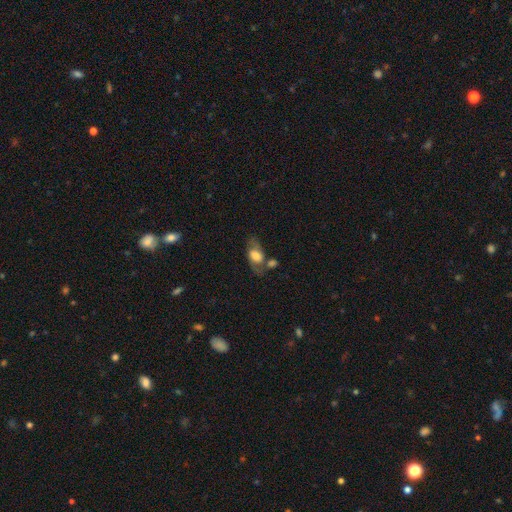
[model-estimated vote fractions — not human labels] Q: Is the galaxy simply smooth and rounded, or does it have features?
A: smooth — 53%.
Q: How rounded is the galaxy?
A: in between — 83%.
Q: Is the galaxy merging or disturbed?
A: none — 46%.